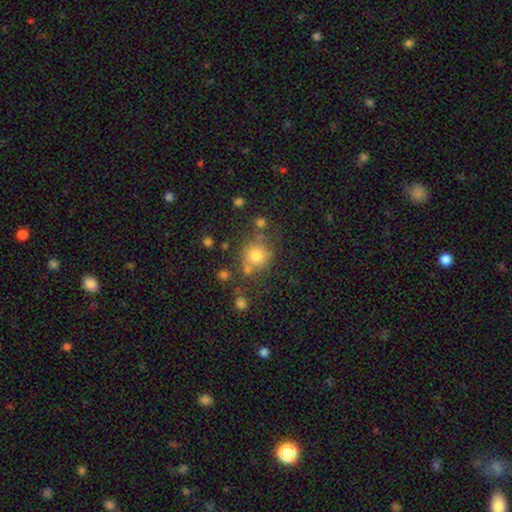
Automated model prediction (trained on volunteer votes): Smooth or featured: smooth — 77% (star or artifact — 14%)
How rounded: round — 86% (in between — 13%)
Merging: none — 68% (minor disturbance — 14%)